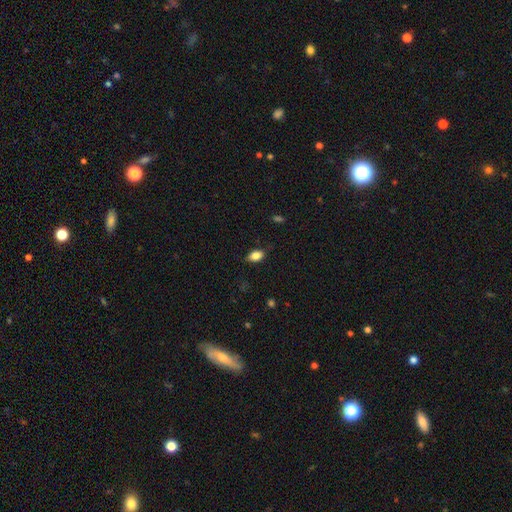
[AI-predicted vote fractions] The model was most divided on "merging": none: 81%, minor disturbance: 15%, major disturbance: 3%, merger: 1%. More confident: how rounded — in between (87%); smooth or featured — smooth (82%).